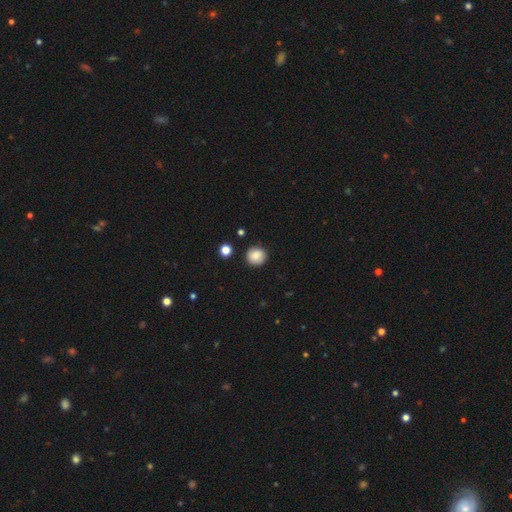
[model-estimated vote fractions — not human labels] Q: Smooth or featured?
A: smooth (83%); runner-up: star or artifact (9%)
Q: How rounded?
A: round (90%); runner-up: in between (9%)
Q: Merging?
A: none (87%); runner-up: minor disturbance (9%)